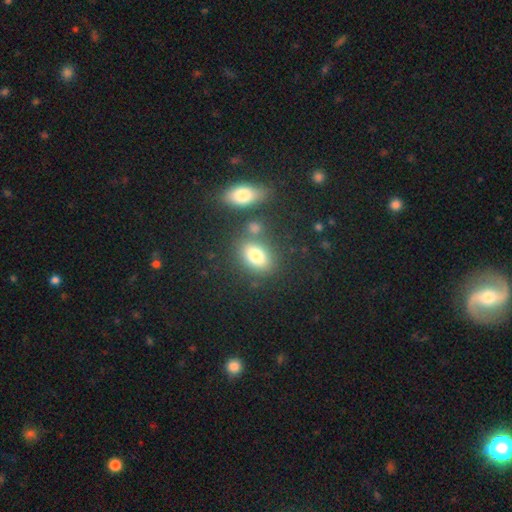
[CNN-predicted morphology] smooth 78%, featured or disk 11%, star or artifact 10%. Down the decision tree: how rounded — in between (73%); merging — none (68%).